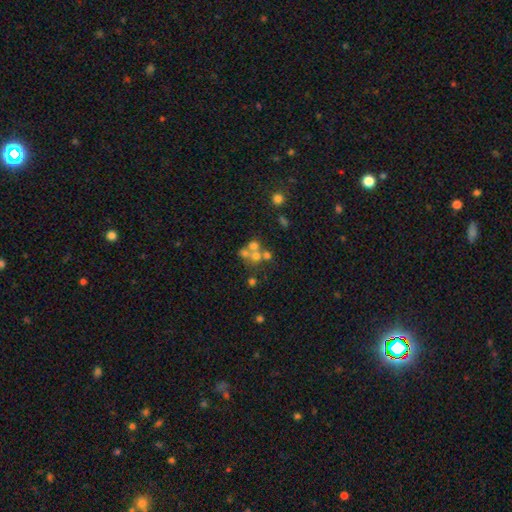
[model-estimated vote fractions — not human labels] Overall: smooth (50%; featured or disk 29%). Merging: merger (51%; none 36%).